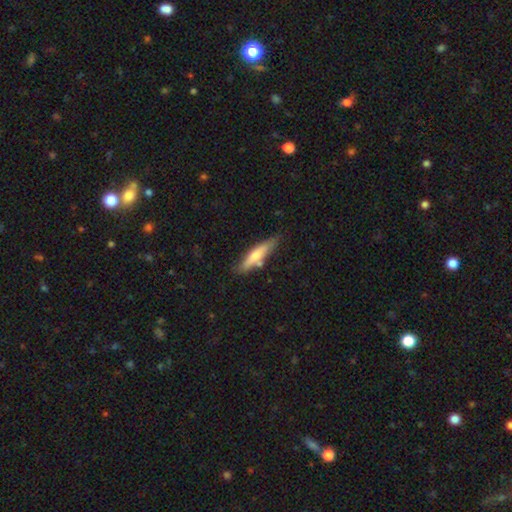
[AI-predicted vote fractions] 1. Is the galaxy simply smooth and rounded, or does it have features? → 54% smooth, 40% featured or disk, 6% star or artifact.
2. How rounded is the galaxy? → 81% cigar-shaped, 17% in between, 2% round.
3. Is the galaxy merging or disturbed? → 76% none, 15% minor disturbance, 6% merger, 3% major disturbance.